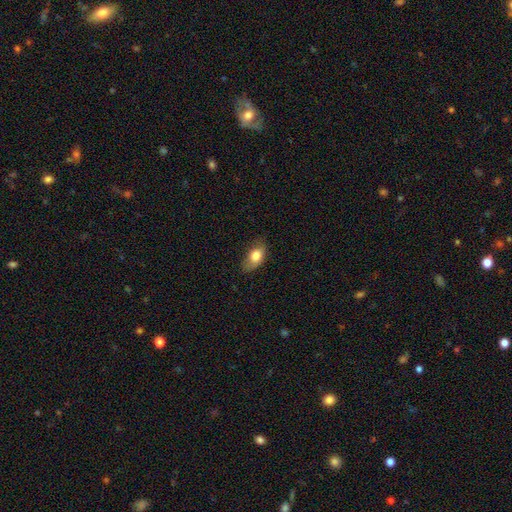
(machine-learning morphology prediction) This is likely a smooth galaxy (78%). How rounded: clearly in between (88%). Merging: likely none (68%).